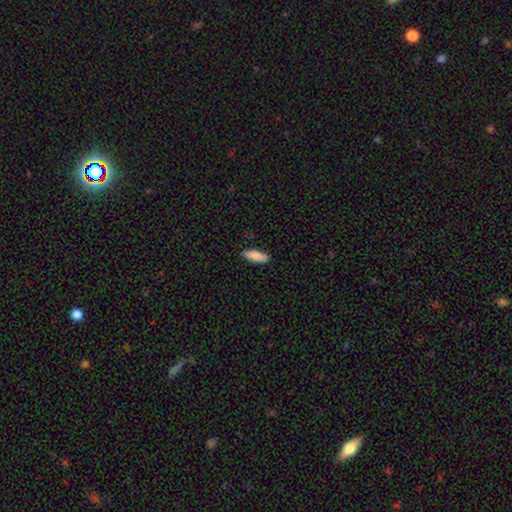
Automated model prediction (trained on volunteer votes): Smooth or featured? Predicted: smooth (p=0.86). How rounded? Predicted: in between (p=0.53). Merging? Predicted: none (p=0.89).